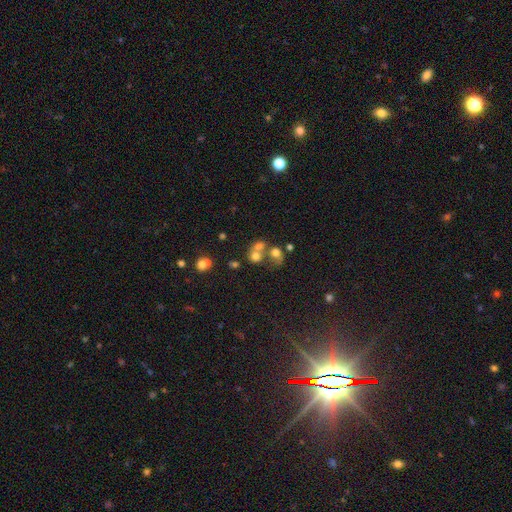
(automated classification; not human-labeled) A smooth galaxy with no disk features (65%) that is round (73%). Merging: merger (55%).